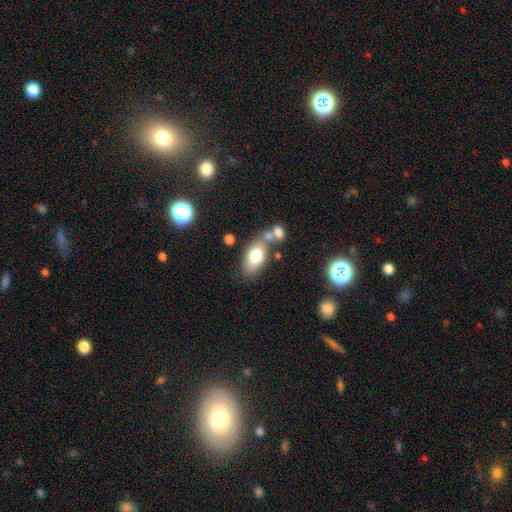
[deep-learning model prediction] Morphology: type=smooth (73%); roundness=in between (88%); merging=none (56%).